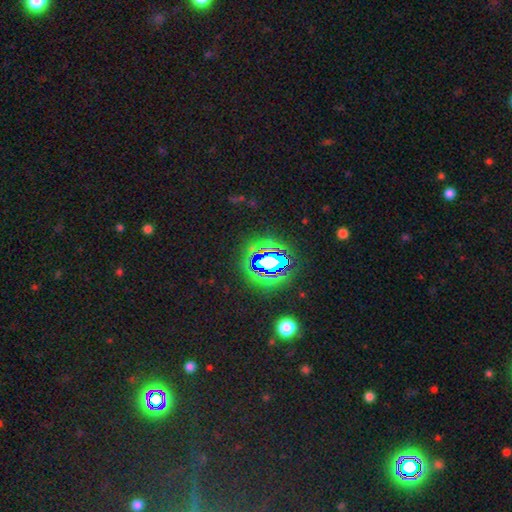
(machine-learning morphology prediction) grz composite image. It shows a star or artifact, not a galaxy (79%).